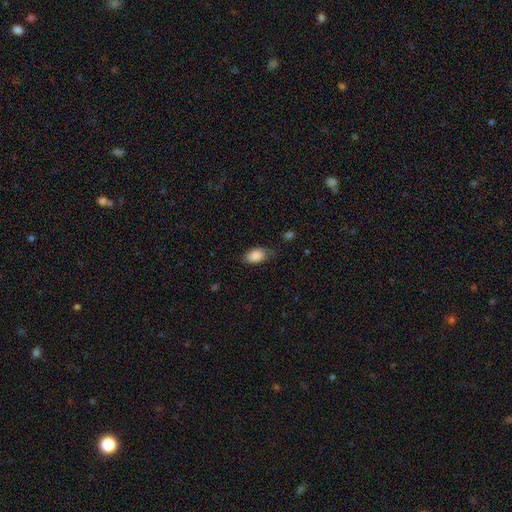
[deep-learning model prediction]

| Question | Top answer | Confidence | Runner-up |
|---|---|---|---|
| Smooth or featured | smooth | 88% | star or artifact (7%) |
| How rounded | in between | 91% | round (7%) |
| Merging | none | 66% | minor disturbance (26%) |